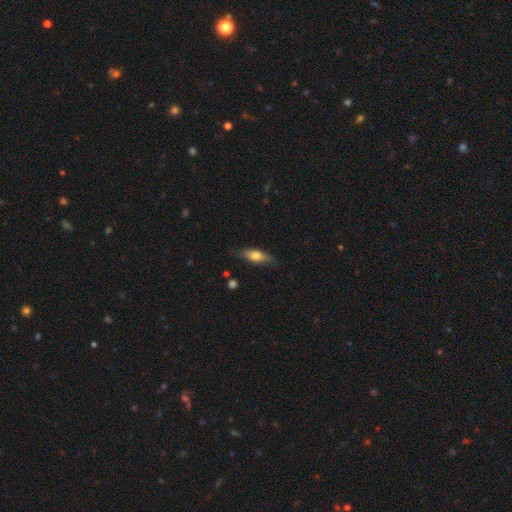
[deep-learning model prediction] Morphology: type=smooth (66%); roundness=in between (65%); merging=none (77%).